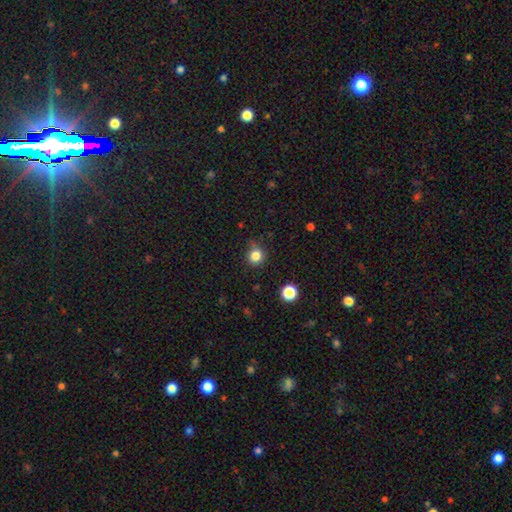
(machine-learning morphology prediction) This appears to be a smooth galaxy with no disk features (82%) that is round (90%). Merging: none (76%).